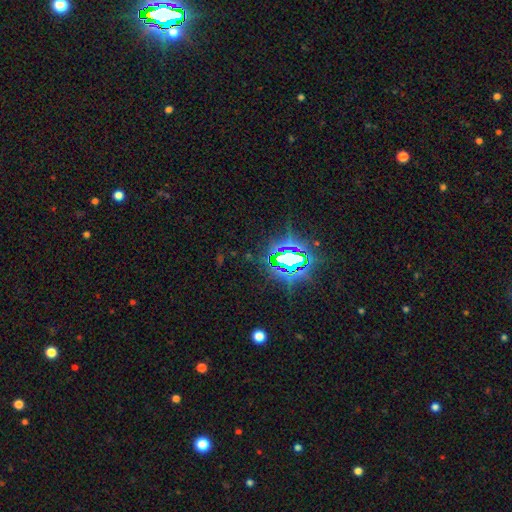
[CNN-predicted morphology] A star or artifact, not a galaxy (83%).

Vote fractions:
- Smooth or featured? star or artifact: 83% / smooth: 10% / featured or disk: 7%